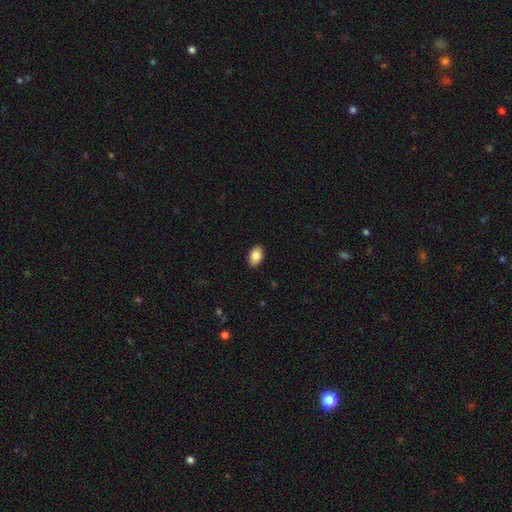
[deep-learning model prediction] This is clearly a smooth galaxy (85%). How rounded: clearly in between (92%). Merging: clearly none (89%).